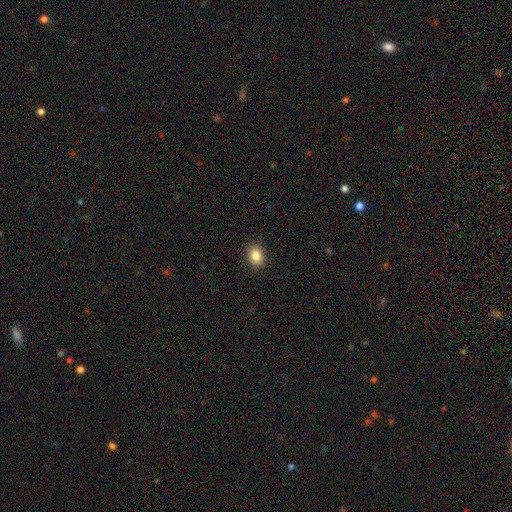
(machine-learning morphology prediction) A smooth galaxy with no disk features (86%) that is in between round and cigar-shaped (59%). Merging: none (90%).